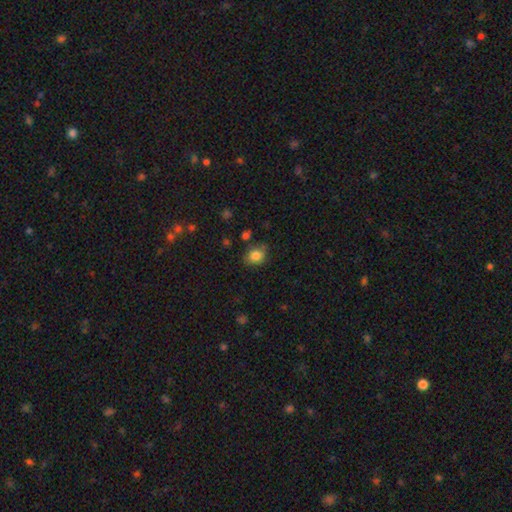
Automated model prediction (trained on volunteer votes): Q: Smooth or featured?
A: smooth (83%); runner-up: star or artifact (10%)
Q: How rounded?
A: round (63%); runner-up: in between (37%)
Q: Merging?
A: none (75%); runner-up: minor disturbance (18%)